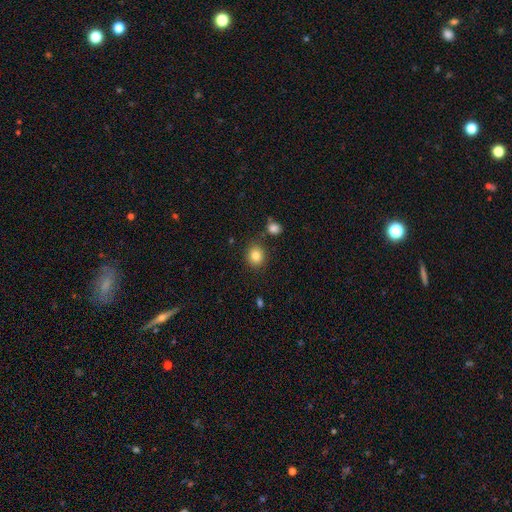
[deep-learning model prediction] smooth_or_featured: smooth (p=0.84) [alt: star or artifact p=0.10]
how_rounded: round (p=0.78) [alt: in between p=0.21]
merging: none (p=0.84) [alt: minor disturbance p=0.08]